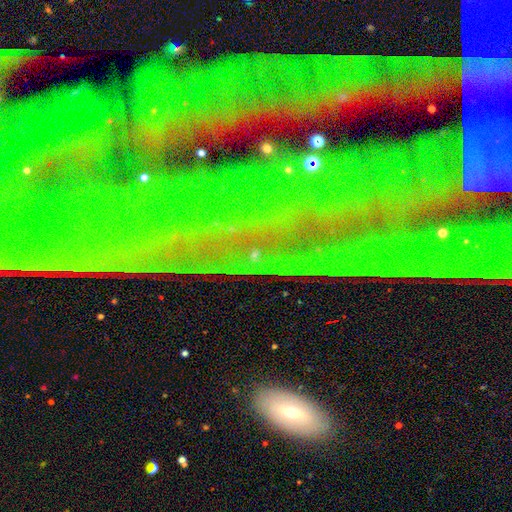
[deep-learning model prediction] star or artifact 52%, smooth 27%, featured or disk 20%.